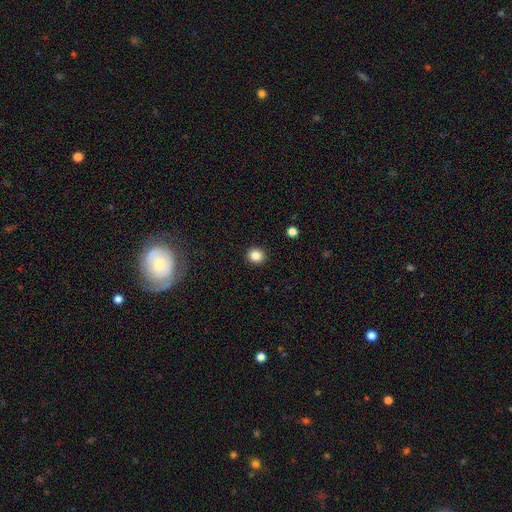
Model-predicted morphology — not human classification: type=smooth (85%); roundness=round (89%); merging=none (92%).